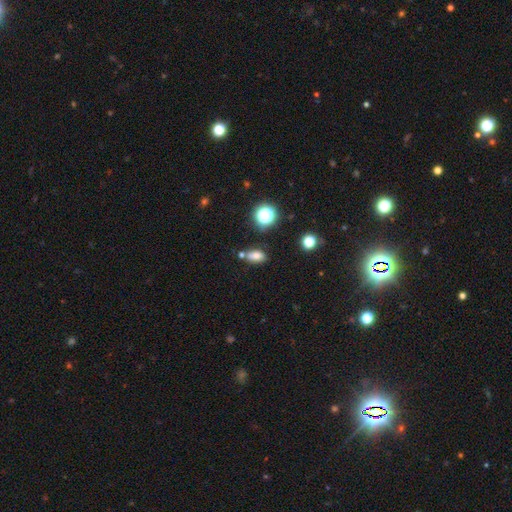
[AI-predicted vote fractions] This is likely a smooth galaxy (75%). How rounded: clearly in between (82%). Merging: likely none (67%).